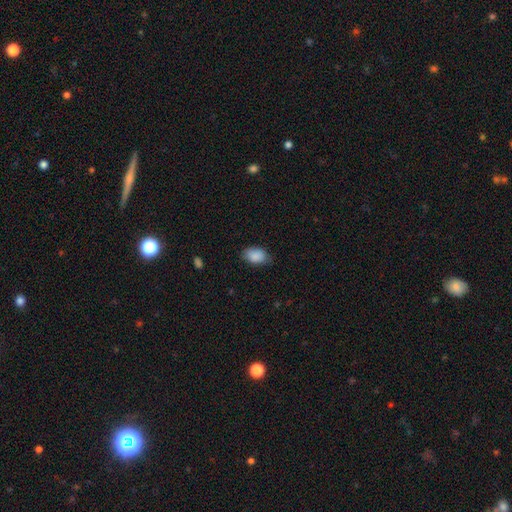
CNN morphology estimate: smooth-or-featured: smooth: 89% | star or artifact: 7% | featured or disk: 4%
  how-rounded: in between: 87% | round: 12% | cigar-shaped: 1%
  merging: none: 72% | minor disturbance: 23% | major disturbance: 4% | merger: 1%